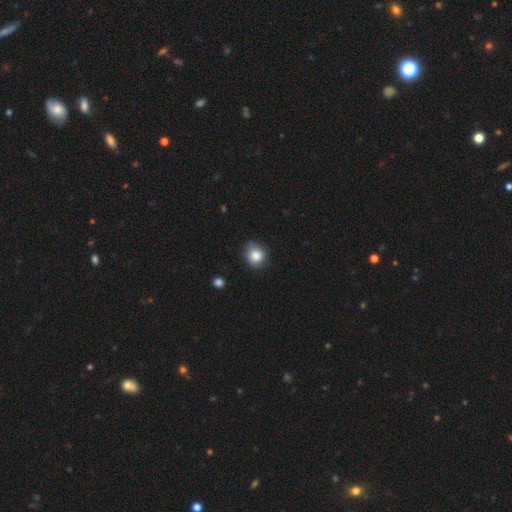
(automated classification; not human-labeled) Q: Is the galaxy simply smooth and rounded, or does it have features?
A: smooth — 83%.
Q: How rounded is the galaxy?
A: round — 73%.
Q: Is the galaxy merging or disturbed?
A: none — 68%.